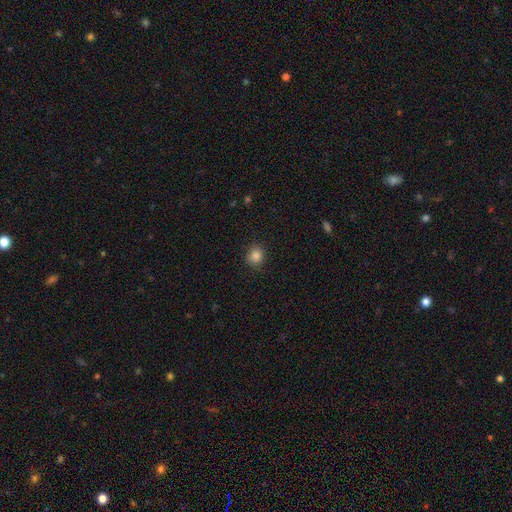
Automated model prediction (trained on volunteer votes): This appears to be a smooth galaxy with no disk features (84%) that is round (84%). Merging: none (88%).